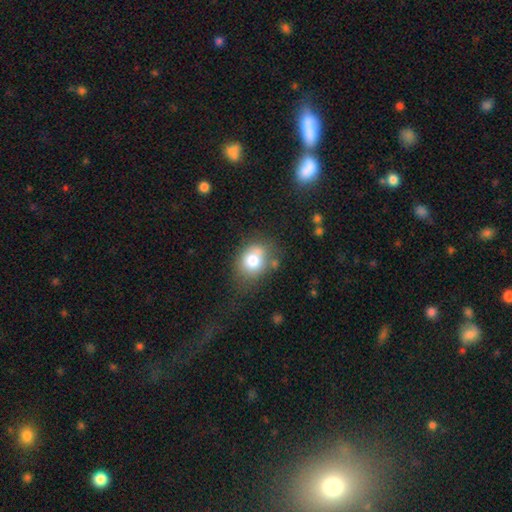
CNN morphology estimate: This appears to be a smooth galaxy with no disk features (75%) that is round (50%). Merging: none (52%).